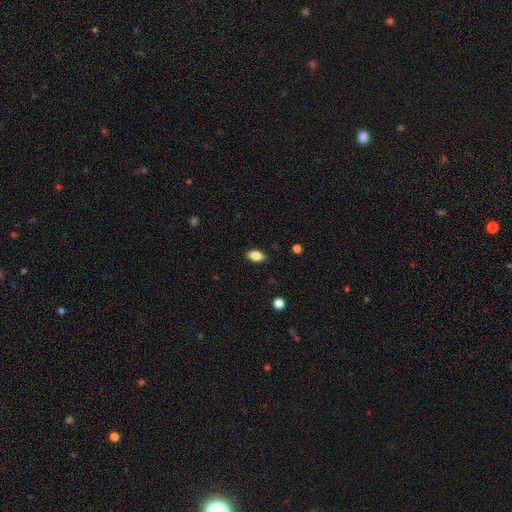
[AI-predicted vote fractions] Morphology: type=smooth (85%); roundness=in between (89%); merging=none (87%).